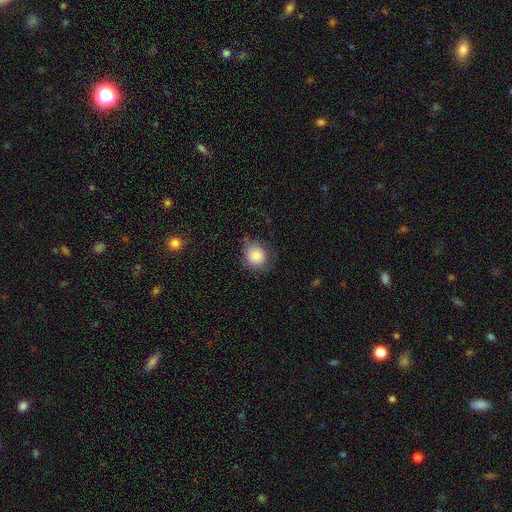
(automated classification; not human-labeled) A smooth galaxy with no disk features (82%) that is round (79%).

Vote fractions:
- Smooth or featured? smooth: 82% / featured or disk: 9% / star or artifact: 9%
- How rounded? round: 79% / in between: 20% / cigar-shaped: 1%
- Merging? none: 65% / minor disturbance: 24% / major disturbance: 8% / merger: 2%